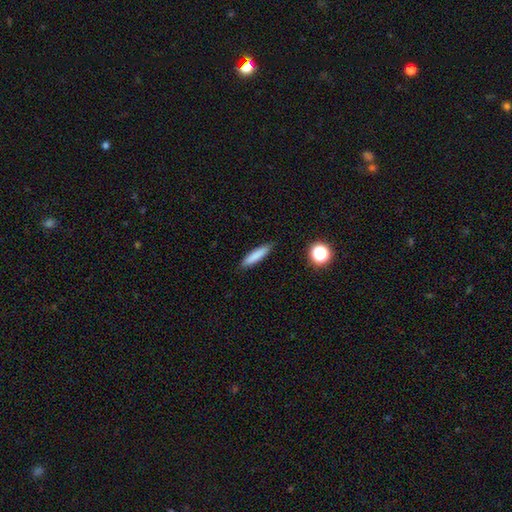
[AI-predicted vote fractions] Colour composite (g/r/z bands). It shows a smooth galaxy with no disk features (83%) that is cigar-shaped (81%). Merging: none (87%).